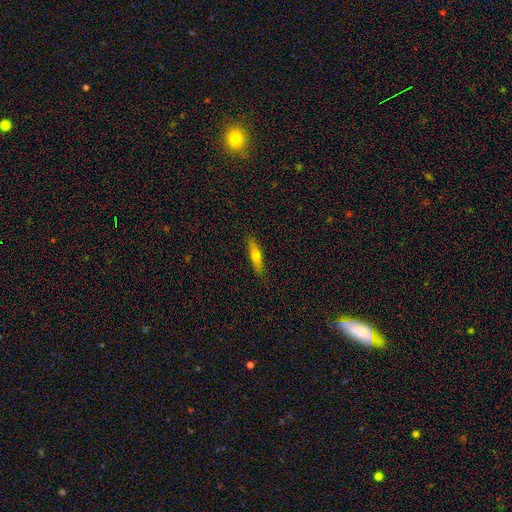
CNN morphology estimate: Smooth or featured?
  - smooth: 58% *
  - featured or disk: 35%
  - star or artifact: 7%
How rounded?
  - cigar-shaped: 78% *
  - in between: 20%
  - round: 2%
Merging?
  - none: 87% *
  - minor disturbance: 10%
  - major disturbance: 2%
  - merger: 1%